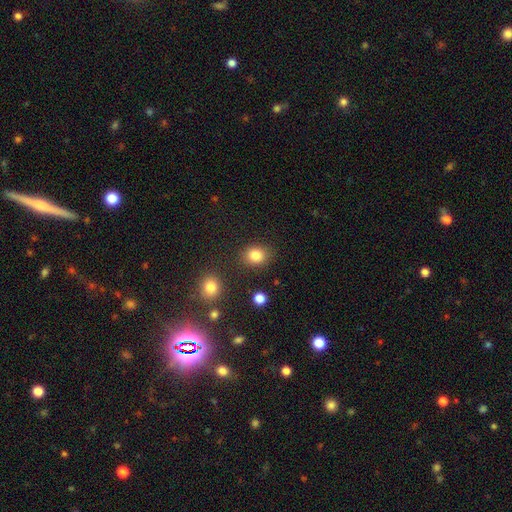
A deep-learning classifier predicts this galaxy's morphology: Smooth or featured?
  - smooth: 84% *
  - star or artifact: 11%
  - featured or disk: 5%
How rounded?
  - round: 63% *
  - in between: 36%
  - cigar-shaped: 1%
Merging?
  - none: 85% *
  - minor disturbance: 9%
  - merger: 3%
  - major disturbance: 3%